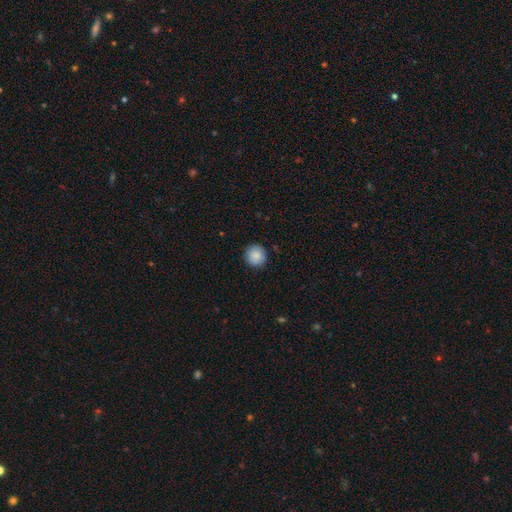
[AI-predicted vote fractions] This appears to be a smooth galaxy with no disk features (88%) that is round (94%). Merging: none (89%).